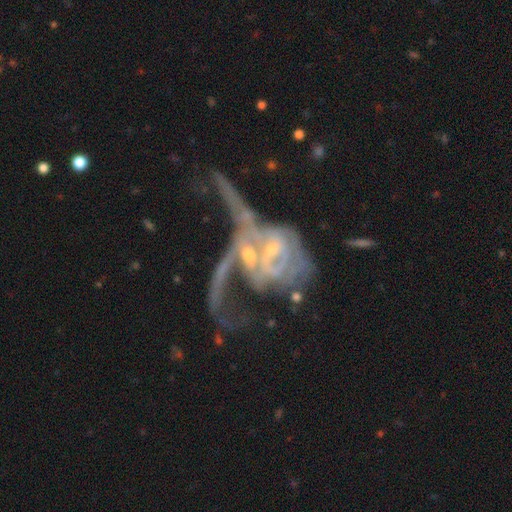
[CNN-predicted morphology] Smooth or featured? featured or disk (83%)
Edge-on disk? no (93%)
Bar? no (54%)
Spiral arms? yes (83%)
Spiral winding? tight (39%)
Spiral arm count? can't tell (41%)
Bulge size? small (62%)
Merging? merger (61%)